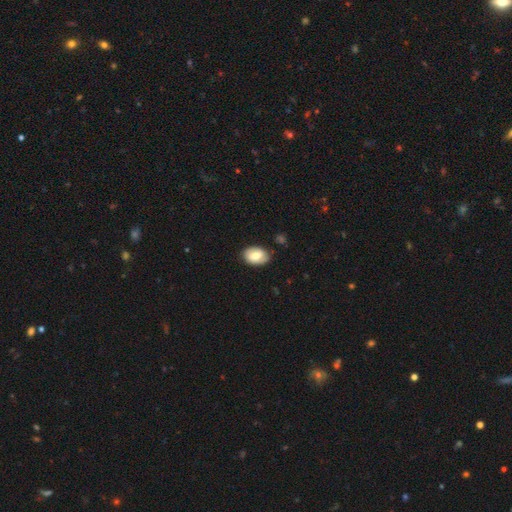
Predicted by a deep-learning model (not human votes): This is likely a smooth galaxy (71%). How rounded: clearly in between (86%). Merging: likely none (79%).